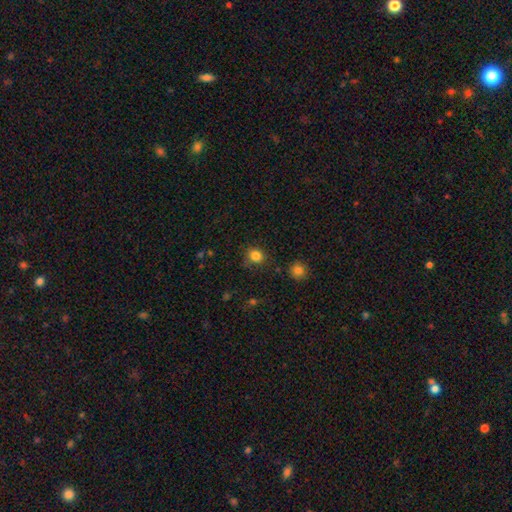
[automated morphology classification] Smooth or featured: smooth — 84% (star or artifact — 12%)
How rounded: round — 85% (in between — 14%)
Merging: none — 83% (minor disturbance — 11%)